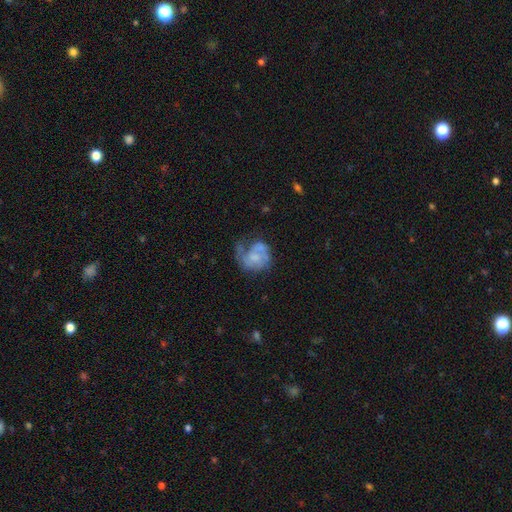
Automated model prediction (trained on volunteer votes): This appears to be a featured or disk galaxy (61%) with no bar (73%), spiral arms (72%) and a small central bulge (32%). Merging: none (40%).